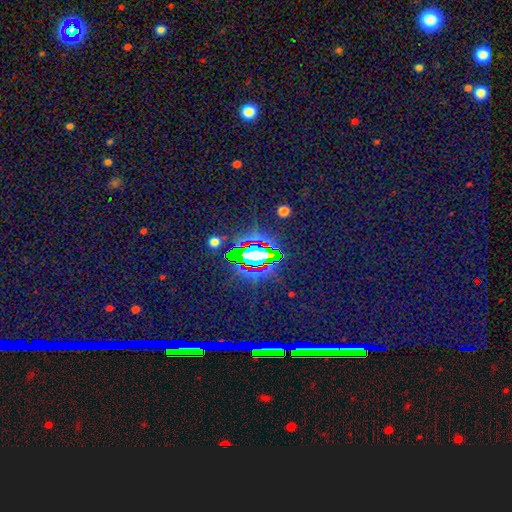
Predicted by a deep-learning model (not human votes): Q: Smooth or featured?
A: star or artifact (76%); runner-up: featured or disk (12%)